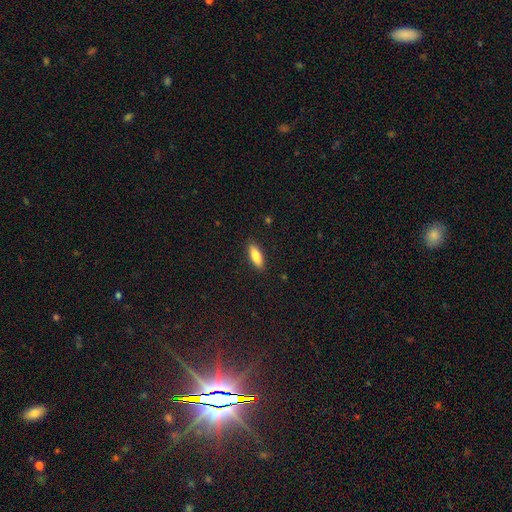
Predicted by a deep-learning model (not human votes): Q: Smooth or featured?
A: smooth (84%); runner-up: featured or disk (10%)
Q: How rounded?
A: in between (68%); runner-up: cigar-shaped (30%)
Q: Merging?
A: none (89%); runner-up: minor disturbance (8%)